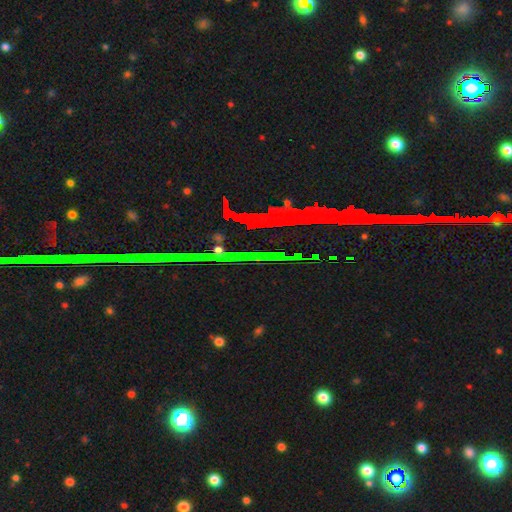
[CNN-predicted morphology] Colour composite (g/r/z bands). It shows a star or artifact, not a galaxy (85%).